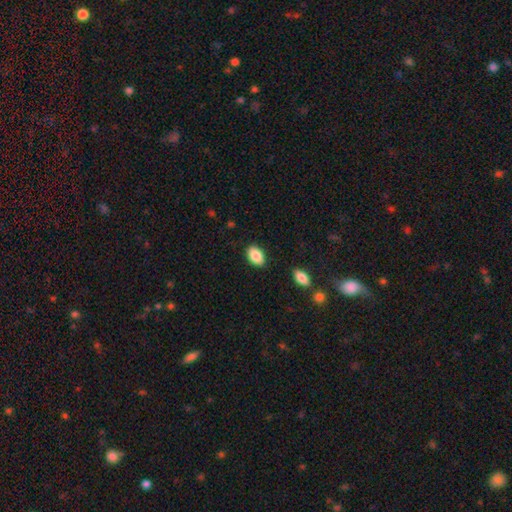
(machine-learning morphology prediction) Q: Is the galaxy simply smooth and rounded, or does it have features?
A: smooth — 87%.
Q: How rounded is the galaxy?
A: in between — 88%.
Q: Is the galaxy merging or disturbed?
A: none — 86%.